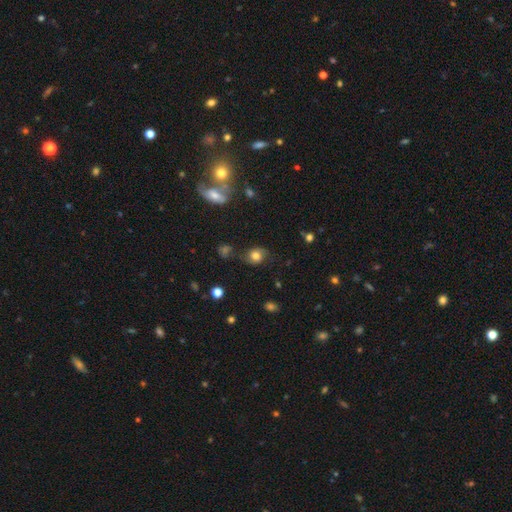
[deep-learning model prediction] Smooth or featured? Predicted: smooth (p=0.54). How rounded? Predicted: round (p=0.62). Merging? Predicted: none (p=0.66).